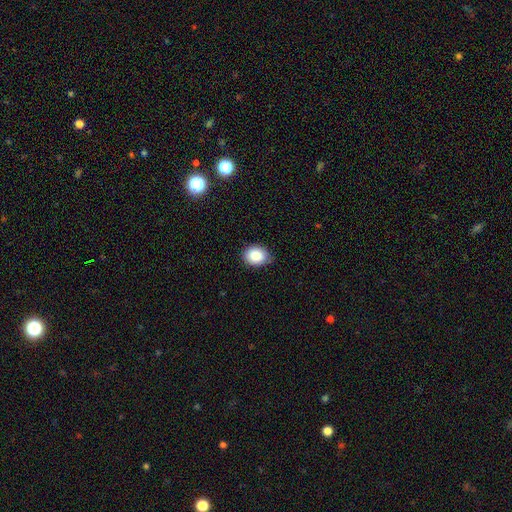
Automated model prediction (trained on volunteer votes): smooth 88%, star or artifact 8%, featured or disk 4%. Down the decision tree: how rounded — in between (51%); merging — none (77%).